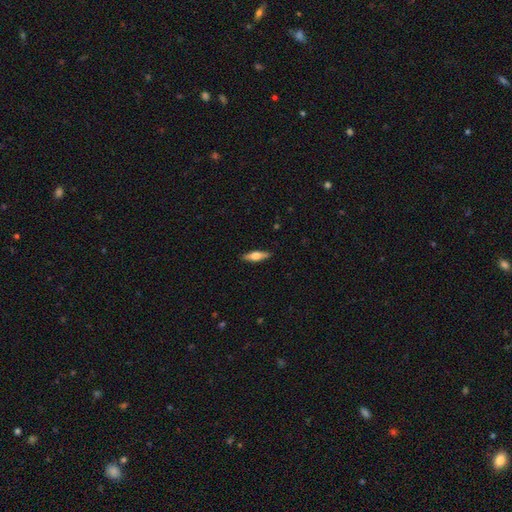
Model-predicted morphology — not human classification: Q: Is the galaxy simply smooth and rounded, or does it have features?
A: smooth — 51%.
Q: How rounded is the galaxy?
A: cigar-shaped — 56%.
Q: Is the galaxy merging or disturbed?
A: none — 89%.